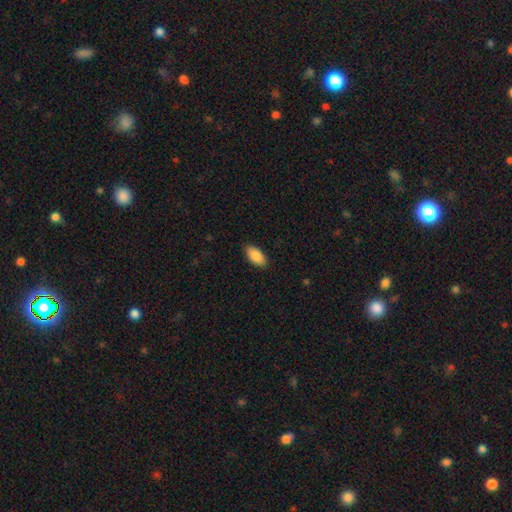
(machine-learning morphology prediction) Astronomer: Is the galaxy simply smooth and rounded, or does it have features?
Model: smooth — 88%.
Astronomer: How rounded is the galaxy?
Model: in between — 94%.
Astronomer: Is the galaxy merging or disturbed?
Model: none — 89%.